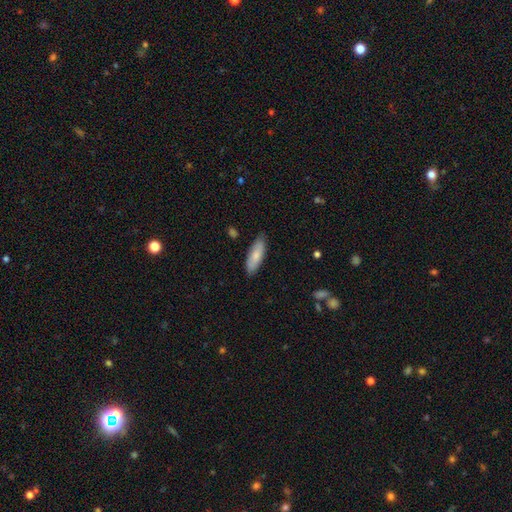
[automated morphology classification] Smooth or featured: smooth — 80% (featured or disk — 15%)
How rounded: in between — 61% (cigar-shaped — 38%)
Merging: none — 84% (minor disturbance — 13%)